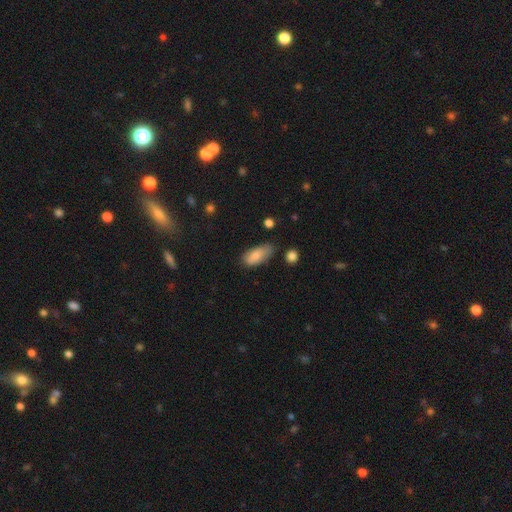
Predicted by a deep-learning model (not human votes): Overall: smooth (82%). How rounded: in between (86%). Merging: none (65%; minor disturbance 27%).